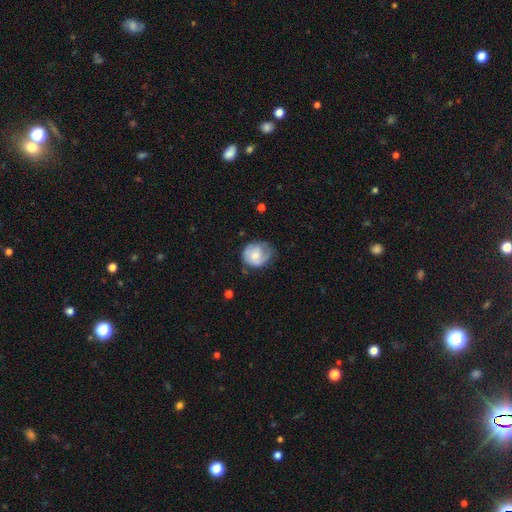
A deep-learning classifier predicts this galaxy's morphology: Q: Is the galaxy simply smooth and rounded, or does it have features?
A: smooth — 51%.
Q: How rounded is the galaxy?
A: round — 75%.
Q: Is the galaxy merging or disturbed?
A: none — 52%.